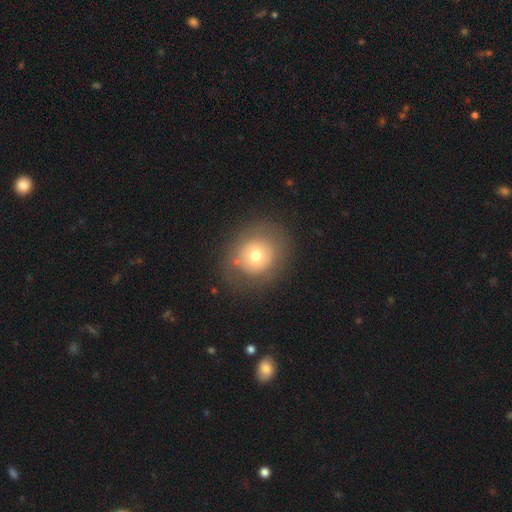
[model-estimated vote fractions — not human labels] smooth 63%, featured or disk 27%, star or artifact 10%. Down the decision tree: how rounded — round (77%); merging — none (77%).